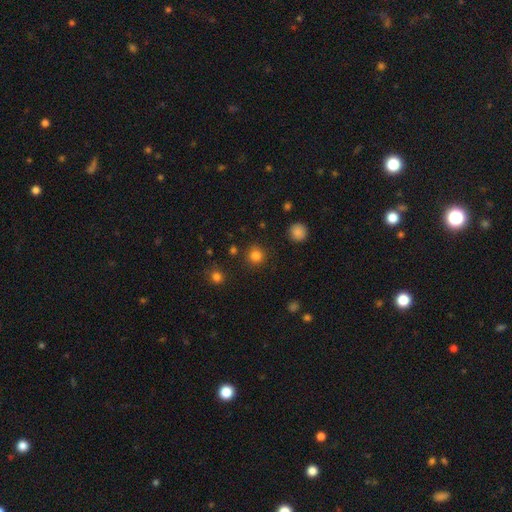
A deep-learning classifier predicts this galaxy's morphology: Smooth or featured? Predicted: smooth (p=0.82). How rounded? Predicted: round (p=0.94). Merging? Predicted: none (p=0.89).